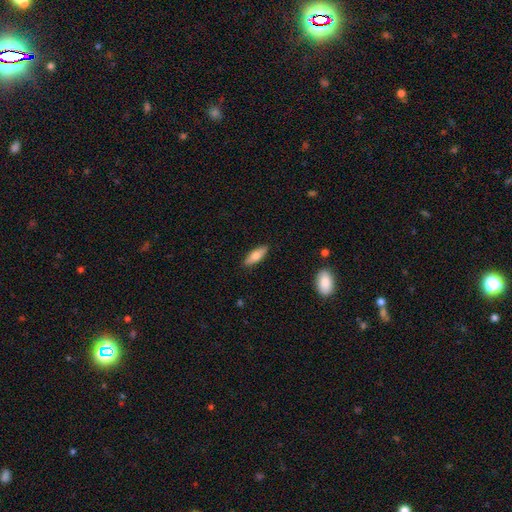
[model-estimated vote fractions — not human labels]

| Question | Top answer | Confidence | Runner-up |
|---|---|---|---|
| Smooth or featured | smooth | 70% | featured or disk (24%) |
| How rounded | in between | 60% | cigar-shaped (38%) |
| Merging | none | 88% | minor disturbance (9%) |